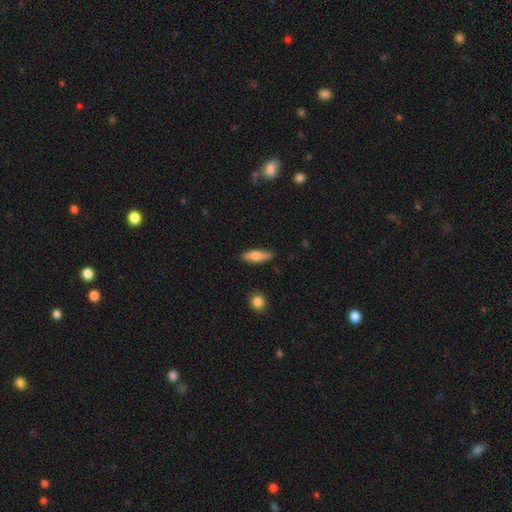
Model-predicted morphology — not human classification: Overall: smooth (74%). How rounded: in between (50%; cigar-shaped 48%). Merging: none (84%).